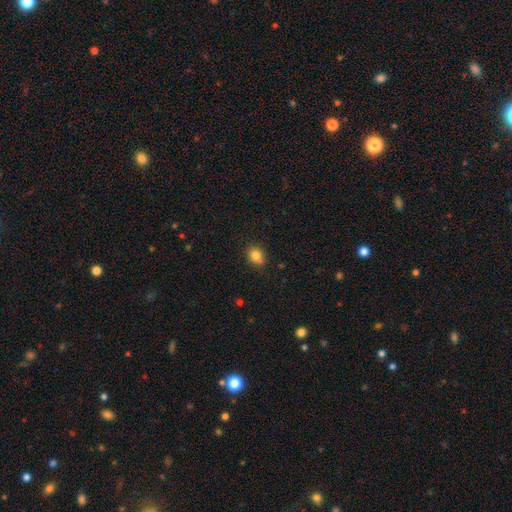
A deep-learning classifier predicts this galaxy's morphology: smooth 81%, star or artifact 11%, featured or disk 8%. Down the decision tree: how rounded — round (65%); merging — none (73%).